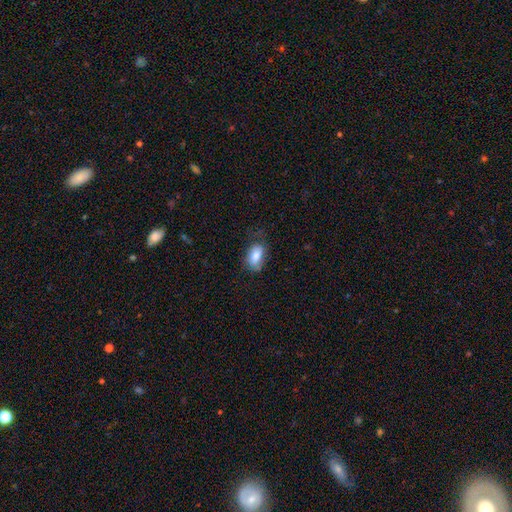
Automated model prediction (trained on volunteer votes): smooth_or_featured: smooth (p=0.82) [alt: featured or disk p=0.10]
how_rounded: in between (p=0.91) [alt: round p=0.06]
merging: none (p=0.60) [alt: minor disturbance p=0.27]